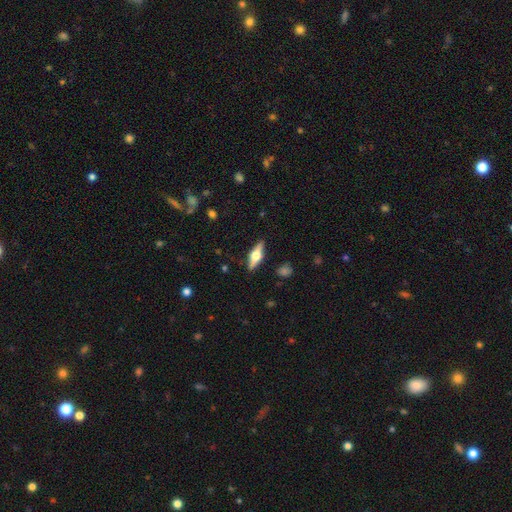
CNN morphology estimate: Smooth or featured?
  - featured or disk: 65% *
  - smooth: 29%
  - star or artifact: 6%
Edge-on disk?
  - yes: 96% *
  - no: 4%
Edge-on bulge?
  - rounded: 93% *
  - boxy: 6%
  - none: 2%
Merging?
  - none: 87% *
  - minor disturbance: 9%
  - major disturbance: 2%
  - merger: 1%